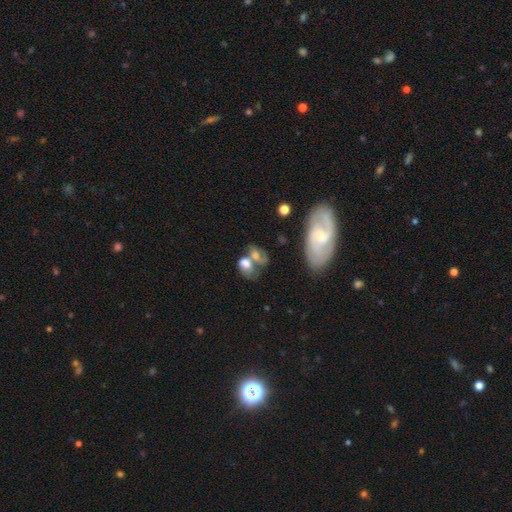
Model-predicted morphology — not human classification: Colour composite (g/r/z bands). It shows a smooth galaxy with no disk features (54%) that is in between round and cigar-shaped (66%). Merging: merger (49%).